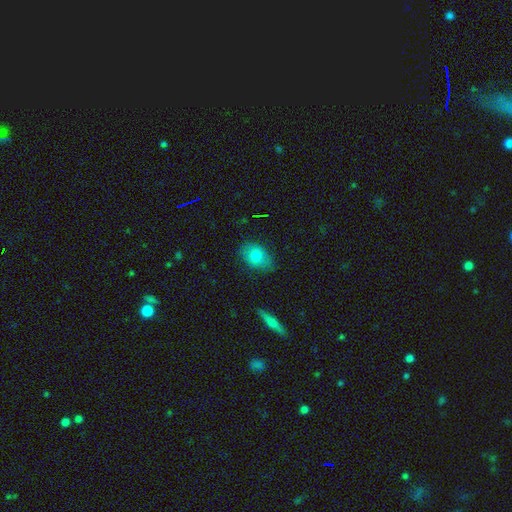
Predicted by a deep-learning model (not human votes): smooth-or-featured: smooth: 78% | featured or disk: 13% | star or artifact: 9%
  how-rounded: in between: 78% | round: 21% | cigar-shaped: 2%
  merging: none: 77% | minor disturbance: 18% | major disturbance: 4% | merger: 1%